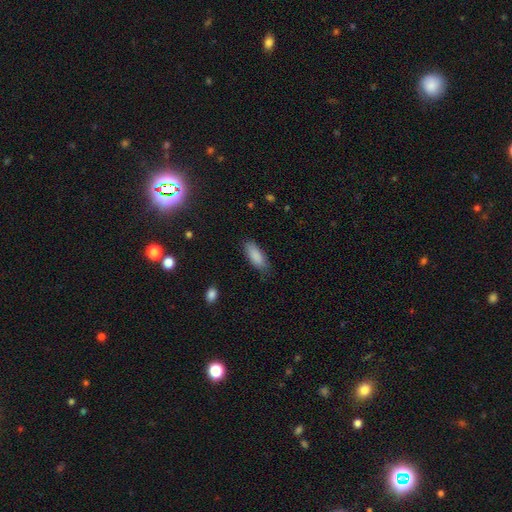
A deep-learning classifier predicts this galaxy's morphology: smooth-or-featured: smooth: 88% | star or artifact: 6% | featured or disk: 5%
  how-rounded: in between: 74% | cigar-shaped: 24% | round: 2%
  merging: none: 82% | minor disturbance: 14% | major disturbance: 3% | merger: 1%